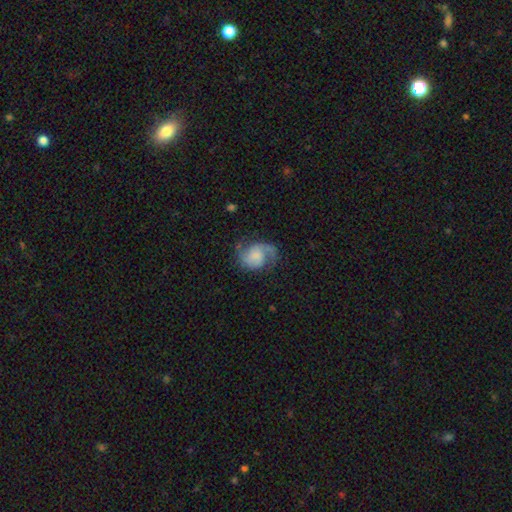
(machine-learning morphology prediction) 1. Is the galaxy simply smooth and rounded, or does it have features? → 78% featured or disk, 15% smooth, 7% star or artifact.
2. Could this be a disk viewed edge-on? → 98% no, 2% yes.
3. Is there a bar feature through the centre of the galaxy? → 62% no, 32% weak, 5% strong.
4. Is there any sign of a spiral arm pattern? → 95% yes, 5% no.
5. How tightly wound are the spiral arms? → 50% medium, 28% loose, 22% tight.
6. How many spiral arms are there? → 82% 2, 10% 1, 4% can't tell, 2% 3, 1% 4, 1% more than 4.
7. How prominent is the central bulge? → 34% none, 32% small, 21% moderate, 11% large, 3% dominant.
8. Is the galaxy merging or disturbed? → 63% none, 21% minor disturbance, 15% major disturbance, 2% merger.